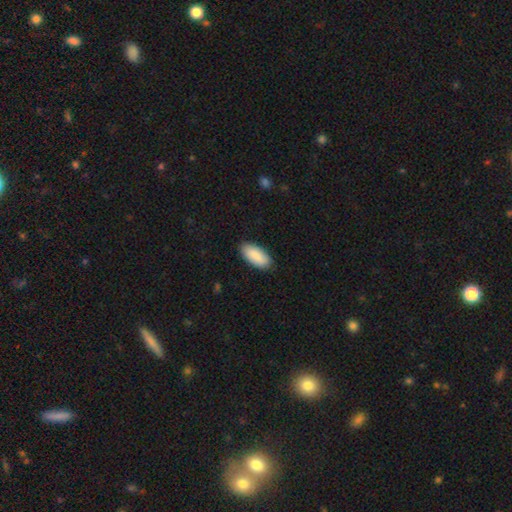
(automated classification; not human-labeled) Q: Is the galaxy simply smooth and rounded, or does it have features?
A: smooth — 89%.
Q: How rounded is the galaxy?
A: in between — 91%.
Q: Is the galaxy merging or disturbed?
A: none — 88%.